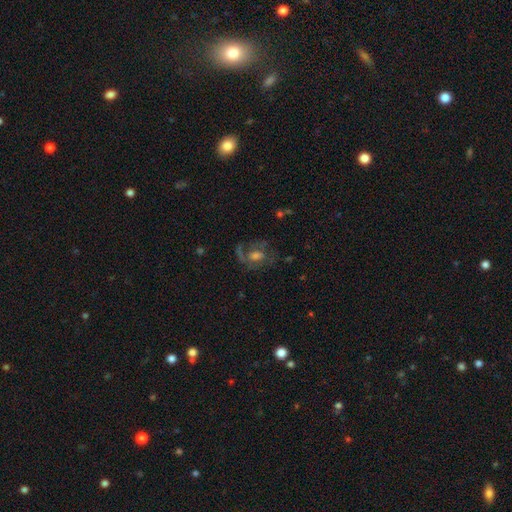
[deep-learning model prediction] This is likely a featured or disk galaxy (67%). It is clearly not viewed edge-on (96%). Bar: possibly no (52%). Spiral arm pattern: likely yes (76%). Central bulge: possibly moderate (47%). Merging: possibly none (54%).